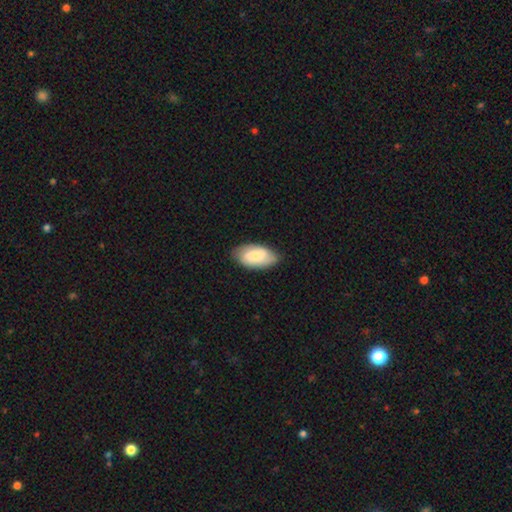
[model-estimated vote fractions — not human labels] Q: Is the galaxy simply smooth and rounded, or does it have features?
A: smooth — 66%.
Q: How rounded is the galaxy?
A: in between — 94%.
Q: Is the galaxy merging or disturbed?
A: none — 78%.